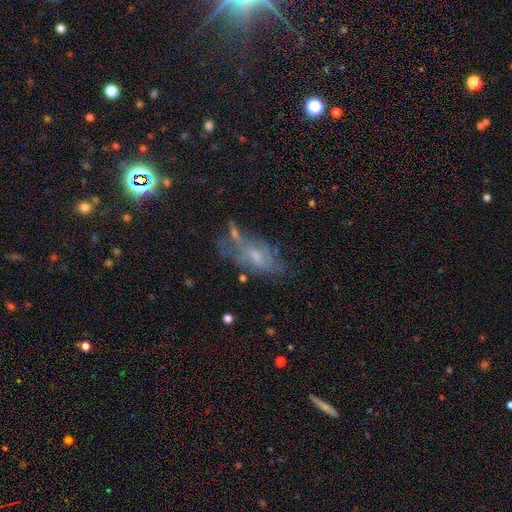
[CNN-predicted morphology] Q: Smooth or featured?
A: featured or disk (54%); runner-up: smooth (30%)
Q: Edge-on disk?
A: no (86%); runner-up: yes (14%)
Q: Merging?
A: none (45%); runner-up: minor disturbance (24%)